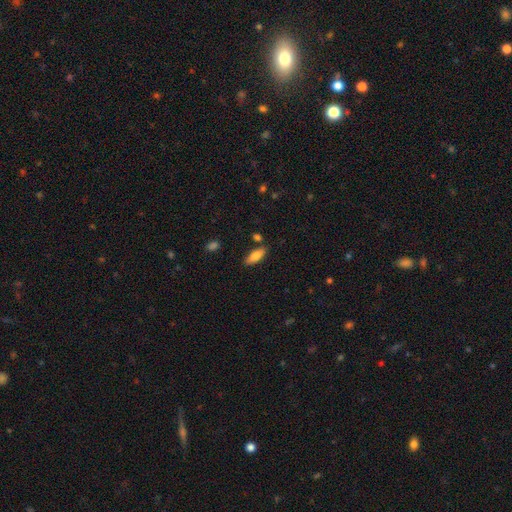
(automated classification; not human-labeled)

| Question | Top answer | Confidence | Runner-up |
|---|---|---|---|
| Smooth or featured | smooth | 76% | featured or disk (17%) |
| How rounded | in between | 72% | cigar-shaped (26%) |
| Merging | none | 82% | minor disturbance (11%) |